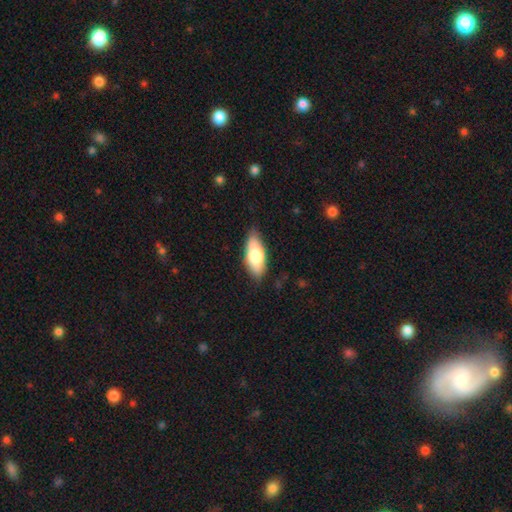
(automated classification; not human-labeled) smooth_or_featured: smooth (p=0.74) [alt: featured or disk p=0.20]
how_rounded: in between (p=0.84) [alt: cigar-shaped p=0.14]
merging: none (p=0.79) [alt: minor disturbance p=0.17]